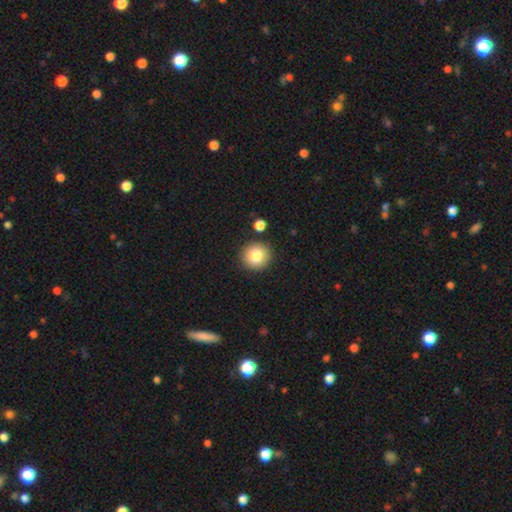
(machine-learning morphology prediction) Smooth or featured? smooth (83%)
How rounded? round (92%)
Merging? none (87%)